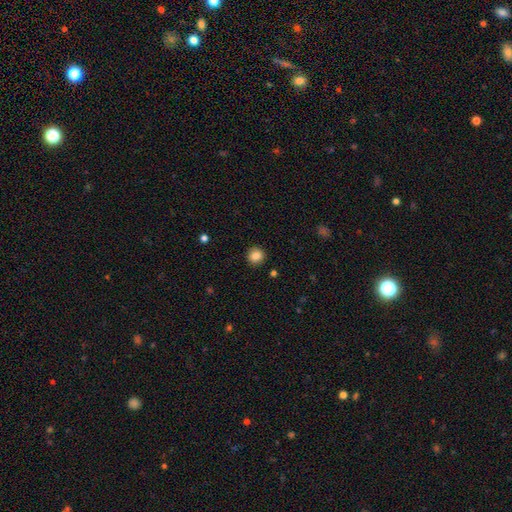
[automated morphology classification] Smooth or featured: smooth — 85% (star or artifact — 10%)
How rounded: round — 93% (in between — 6%)
Merging: none — 92% (minor disturbance — 5%)